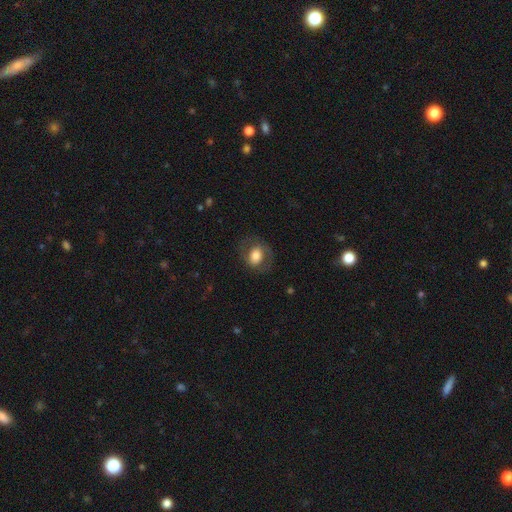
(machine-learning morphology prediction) Q: Smooth or featured?
A: smooth (63%); runner-up: featured or disk (29%)
Q: How rounded?
A: in between (51%); runner-up: round (48%)
Q: Merging?
A: none (72%); runner-up: minor disturbance (15%)